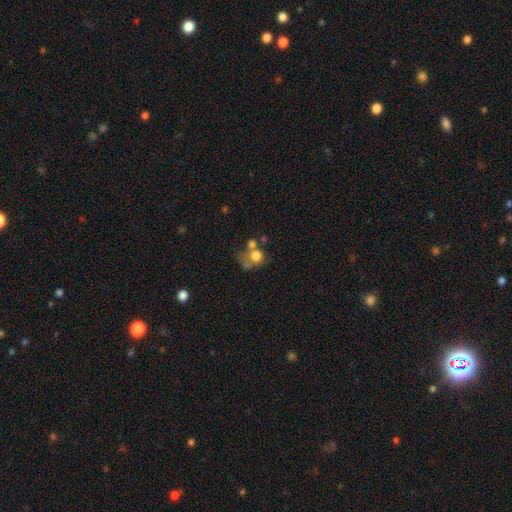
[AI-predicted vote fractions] smooth_or_featured: smooth (p=0.69) [alt: featured or disk p=0.18]
how_rounded: round (p=0.77) [alt: in between p=0.22]
merging: merger (p=0.41) [alt: none p=0.32]